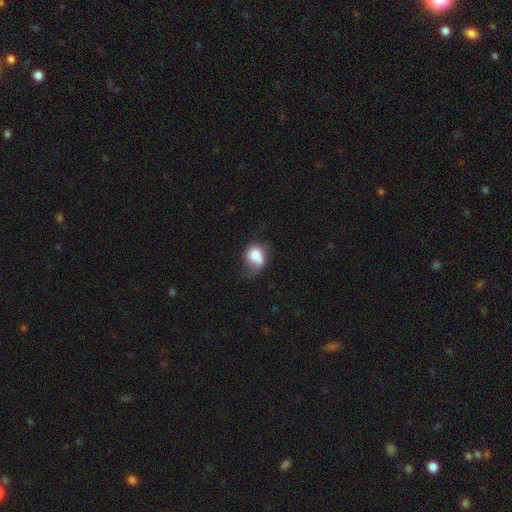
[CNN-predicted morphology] Overall: smooth (75%). How rounded: in between (51%; round 48%). Merging: minor disturbance (32%; major disturbance 28%).